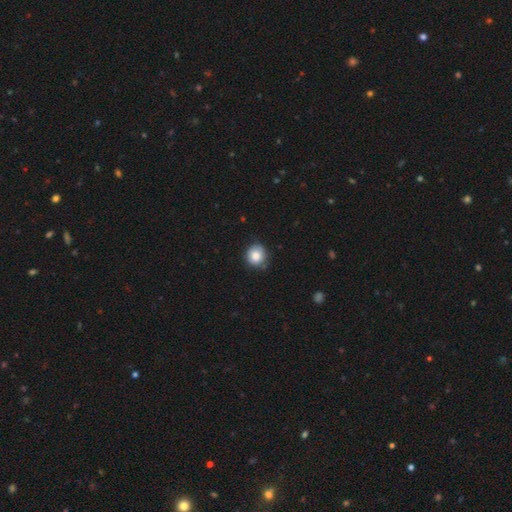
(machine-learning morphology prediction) Smooth or featured? smooth (85%)
How rounded? round (86%)
Merging? none (73%)